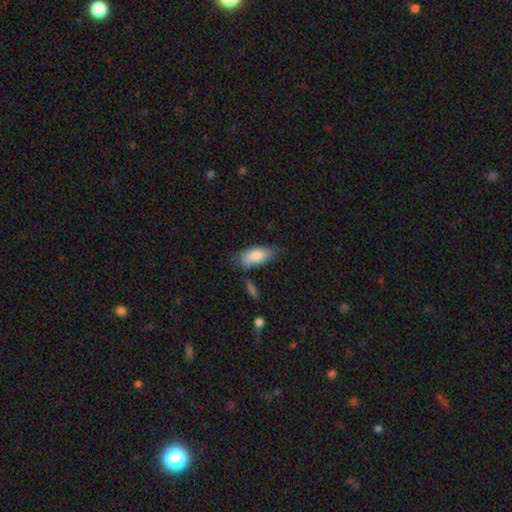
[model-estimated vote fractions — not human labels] This appears to be a smooth galaxy with no disk features (78%) that is in between round and cigar-shaped (84%). Merging: none (58%).